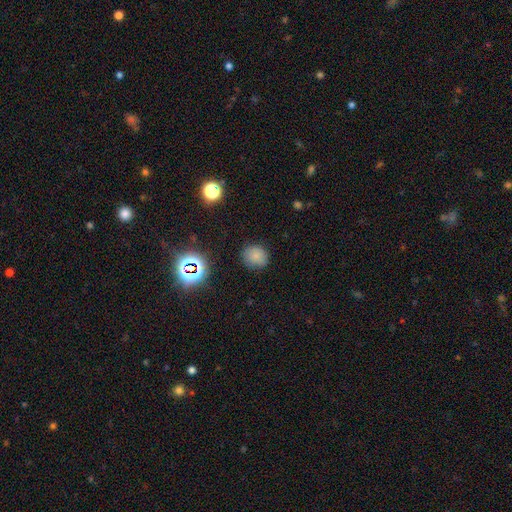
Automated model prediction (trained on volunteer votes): Smooth or featured?
  - smooth: 75% *
  - star or artifact: 18%
  - featured or disk: 7%
How rounded?
  - round: 74% *
  - in between: 25%
  - cigar-shaped: 1%
Merging?
  - none: 82% *
  - minor disturbance: 13%
  - major disturbance: 4%
  - merger: 2%